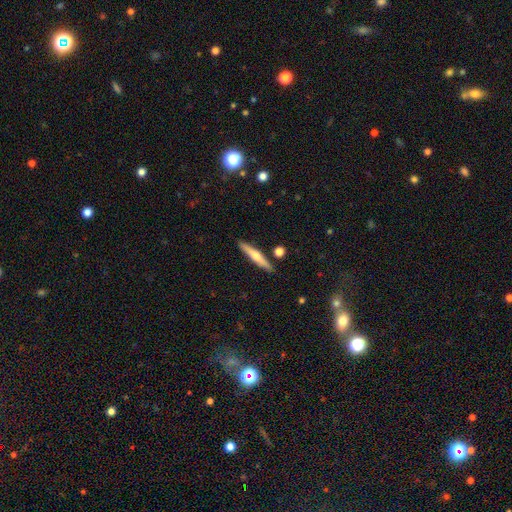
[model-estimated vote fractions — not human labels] A smooth galaxy with no disk features (47%, tied with featured or disk). Merging: none (87%).